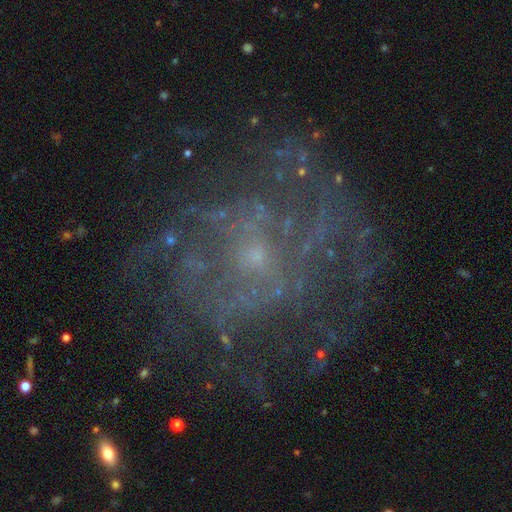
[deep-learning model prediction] This is likely a featured or disk galaxy (62%). It is clearly not viewed edge-on (96%). Bar: likely no (64%). Spiral arm pattern: likely yes (80%). Central bulge: likely small (79%). Merging: likely none (73%).